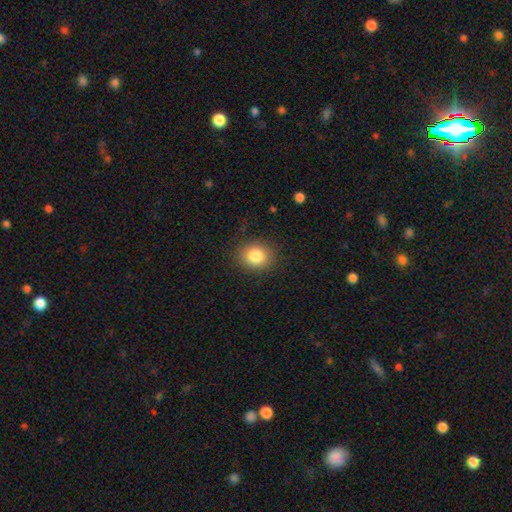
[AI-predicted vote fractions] Morphology: type=smooth (83%); roundness=round (73%); merging=none (88%).